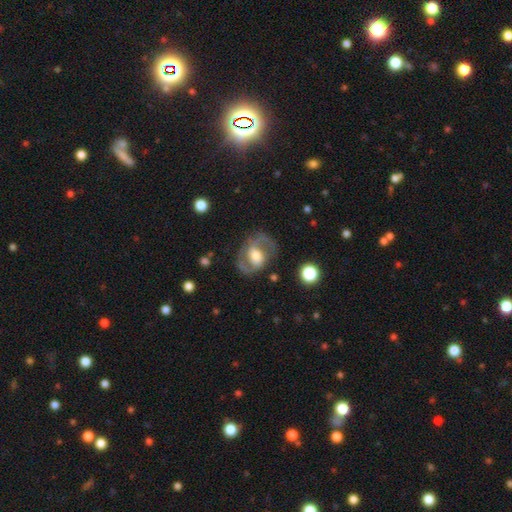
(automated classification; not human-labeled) Smooth or featured: featured or disk — 78% (smooth — 15%)
Edge-on disk: no — 97% (yes — 3%)
Bar: weak — 42% (no — 40%)
Spiral arms: yes — 87% (no — 13%)
Spiral winding: medium — 58% (loose — 23%)
Spiral arm count: 2 — 89% (can't tell — 5%)
Bulge size: moderate — 53% (large — 27%)
Merging: none — 74% (minor disturbance — 15%)